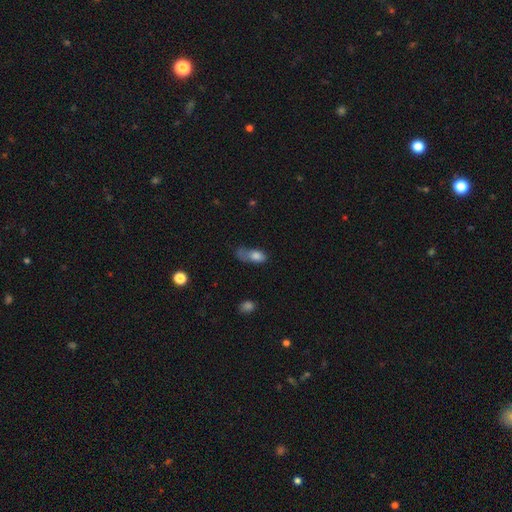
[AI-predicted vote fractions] Smooth or featured? Predicted: smooth (p=0.75). How rounded? Predicted: in between (p=0.82). Merging? Predicted: major disturbance (p=0.39).